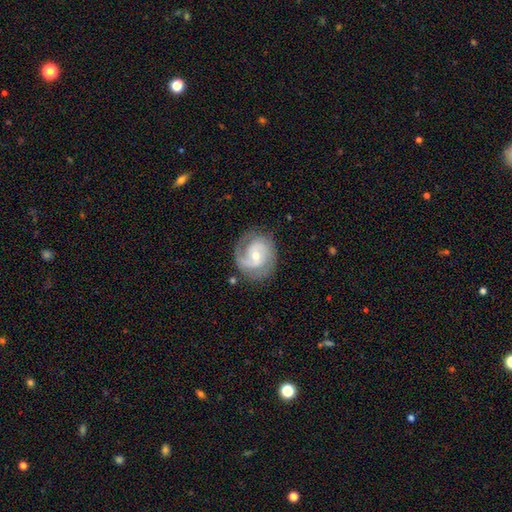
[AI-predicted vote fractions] Morphology: type=featured or disk (83%); edge-on=no (98%); bar=no (51%); spiral arms=yes (95%); winding=medium (45%); arm count=2 (70%); bulge=moderate (52%); merging=none (75%).